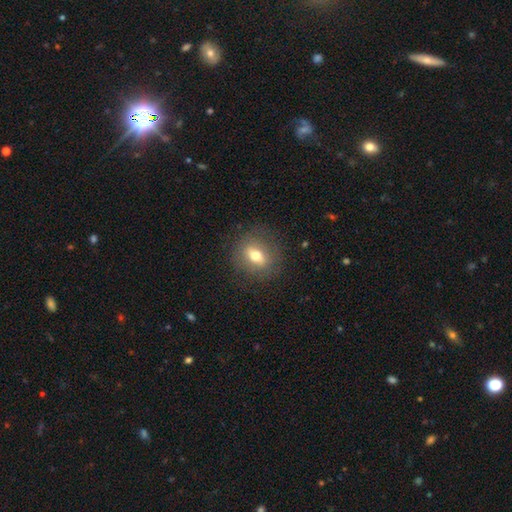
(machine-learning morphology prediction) smooth 56%, featured or disk 34%, star or artifact 10%. Down the decision tree: how rounded — round (51%); merging — none (83%).